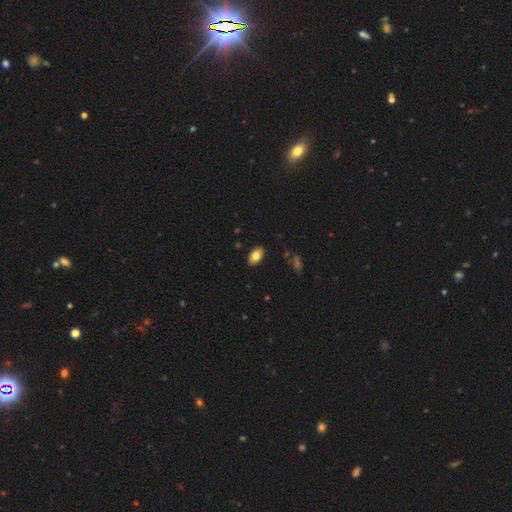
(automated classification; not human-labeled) A smooth galaxy with no disk features (82%) that is in between round and cigar-shaped (91%). Merging: none (89%).